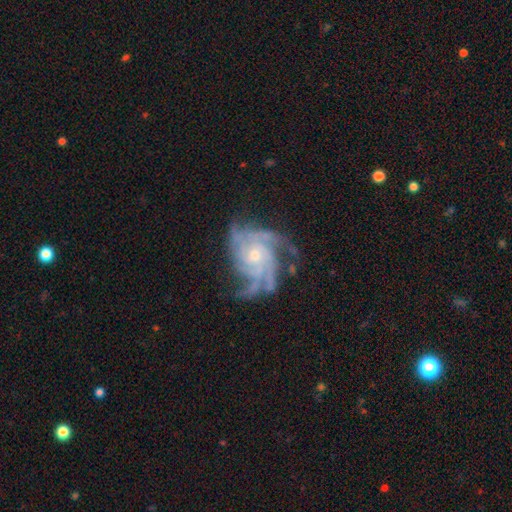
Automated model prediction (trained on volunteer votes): This is clearly a featured or disk galaxy (91%). It is clearly not viewed edge-on (98%). Bar: likely no (74%). Spiral arm pattern: clearly yes (98%). Spiral arm count: marginally 4 (43%). Spiral winding: possibly tight (53%). Central bulge: likely small (64%). Merging: likely none (63%).